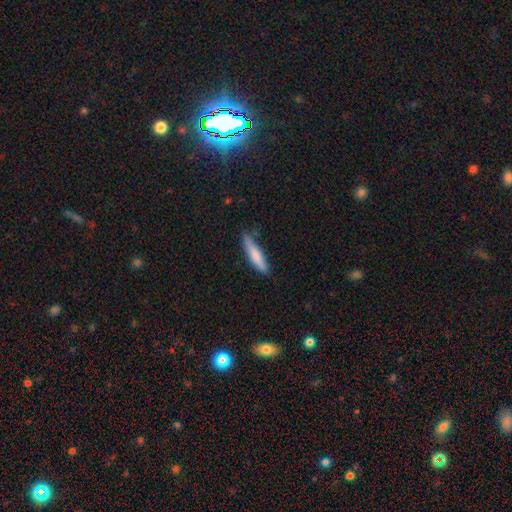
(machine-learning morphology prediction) smooth 79%, featured or disk 16%, star or artifact 6%. Down the decision tree: how rounded — cigar-shaped (80%); merging — none (69%).